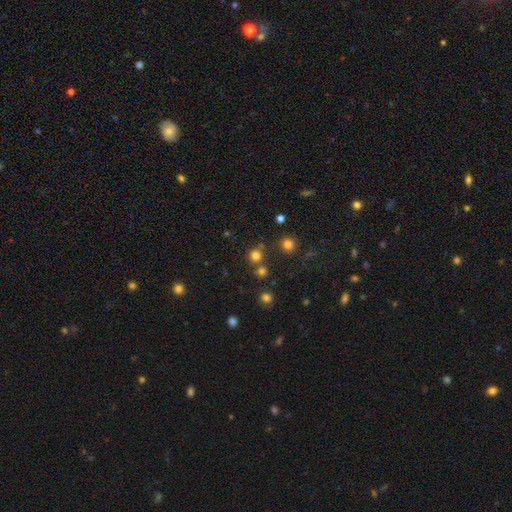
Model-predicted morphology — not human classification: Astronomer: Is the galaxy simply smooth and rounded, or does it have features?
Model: smooth — 74%.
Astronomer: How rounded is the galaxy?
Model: round — 91%.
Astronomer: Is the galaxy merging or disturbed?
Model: none — 74%.